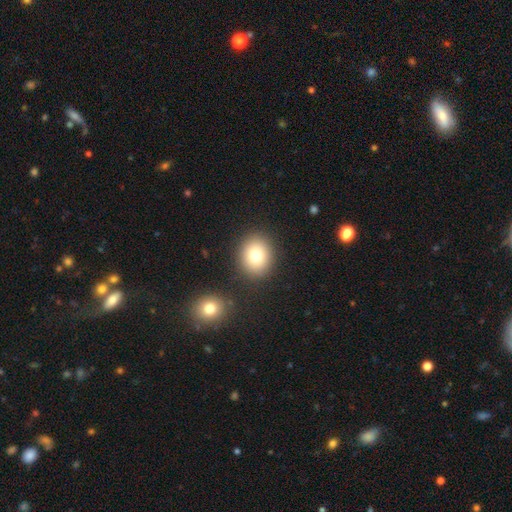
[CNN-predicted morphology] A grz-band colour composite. It shows a smooth galaxy with no disk features (76%) that is round (69%). Merging: none (86%).